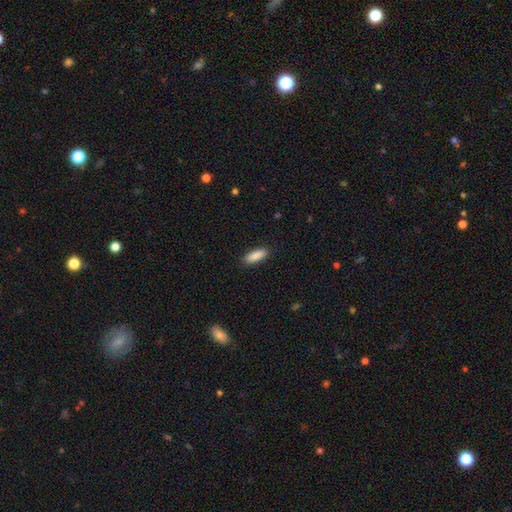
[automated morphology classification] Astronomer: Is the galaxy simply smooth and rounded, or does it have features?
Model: smooth — 88%.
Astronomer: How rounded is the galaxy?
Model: in between — 65%.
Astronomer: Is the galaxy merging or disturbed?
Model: none — 89%.